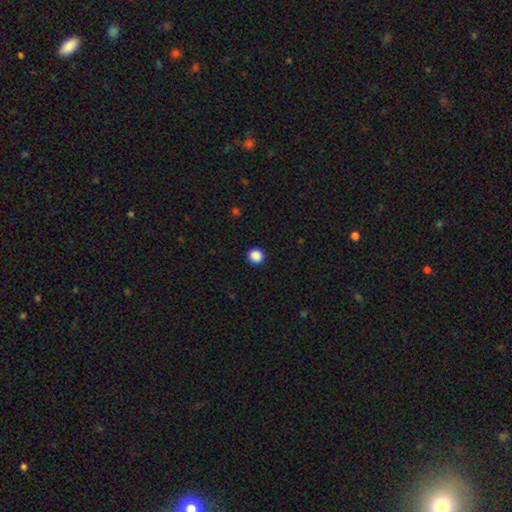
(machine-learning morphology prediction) smooth 88%, star or artifact 10%, featured or disk 2%. Down the decision tree: how rounded — round (93%); merging — none (92%).